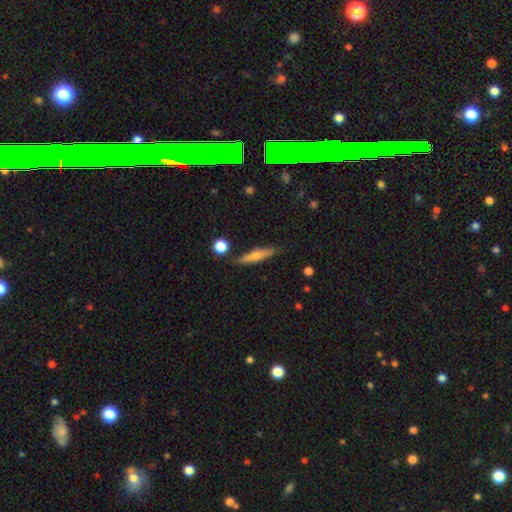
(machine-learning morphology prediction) Smooth or featured? Predicted: smooth (p=0.57). How rounded? Predicted: cigar-shaped (p=0.84). Merging? Predicted: none (p=0.83).